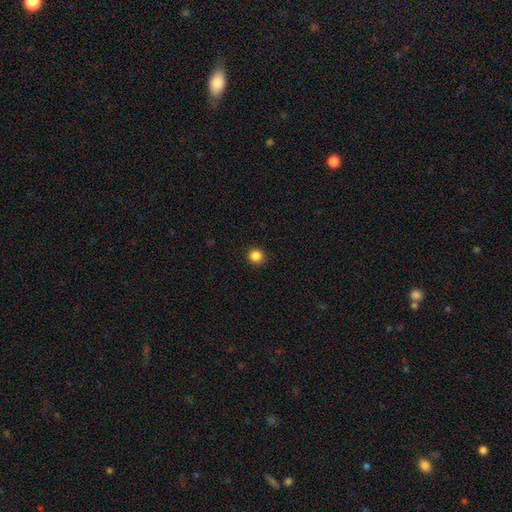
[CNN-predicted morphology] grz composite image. It shows a smooth galaxy with no disk features (85%) that is round (93%). Merging: none (92%).